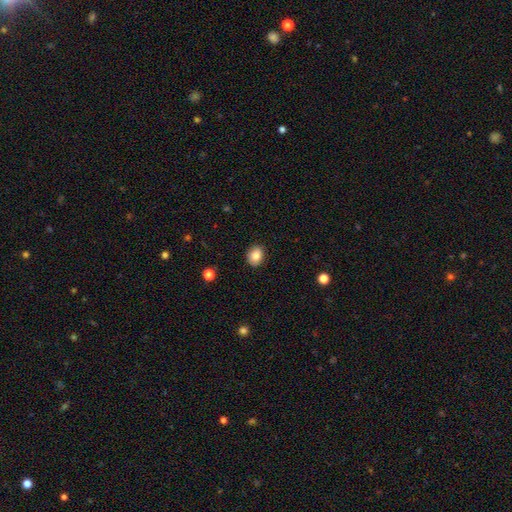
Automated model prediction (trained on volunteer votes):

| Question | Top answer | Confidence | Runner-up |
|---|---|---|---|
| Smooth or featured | smooth | 86% | star or artifact (9%) |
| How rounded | in between | 50% | round (49%) |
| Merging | none | 87% | minor disturbance (10%) |